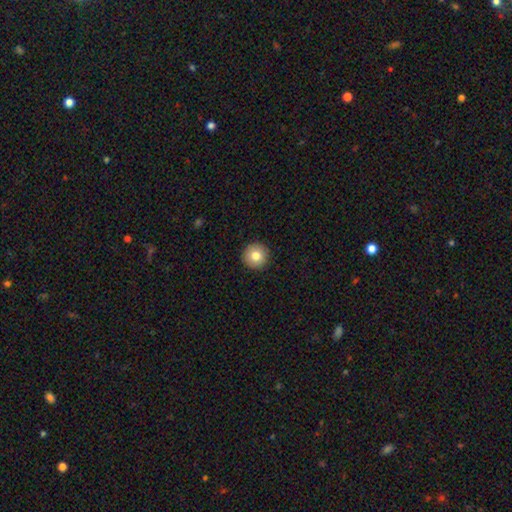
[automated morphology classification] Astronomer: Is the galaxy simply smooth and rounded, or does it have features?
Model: smooth — 80%.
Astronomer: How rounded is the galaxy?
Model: round — 96%.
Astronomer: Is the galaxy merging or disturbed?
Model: none — 93%.